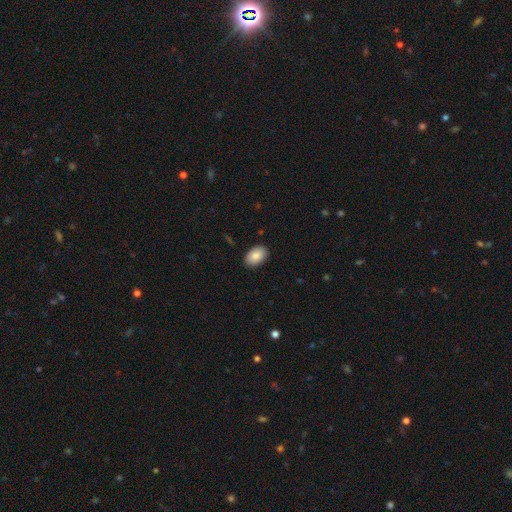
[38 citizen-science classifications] This is likely a smooth galaxy (74%). How rounded: clearly in between (96%). Merging: clearly none (91%).